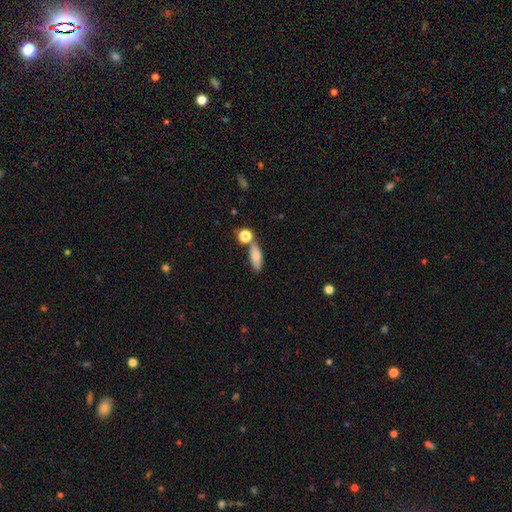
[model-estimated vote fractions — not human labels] smooth 78%, featured or disk 13%, star or artifact 8%. Down the decision tree: how rounded — in between (60%); merging — none (63%).